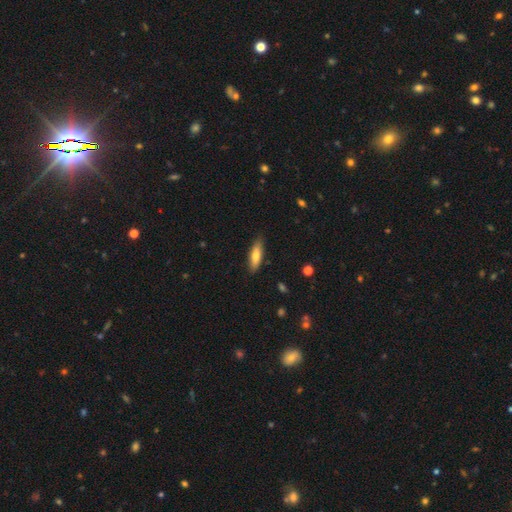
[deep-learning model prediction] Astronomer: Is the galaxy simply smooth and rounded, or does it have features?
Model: smooth — 73%.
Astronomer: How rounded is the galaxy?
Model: cigar-shaped — 58% (runner-up: in between, 40%).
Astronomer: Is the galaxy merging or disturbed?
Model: none — 85%.